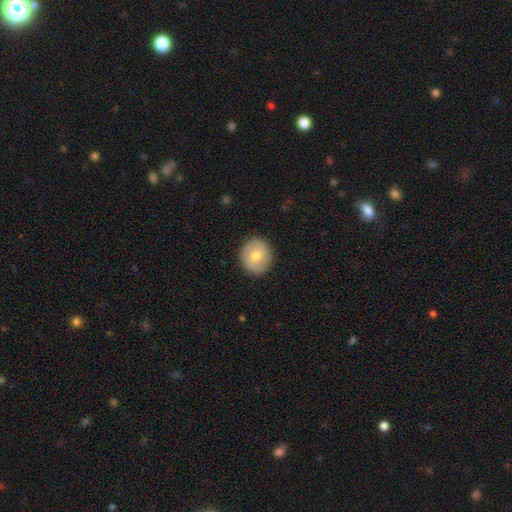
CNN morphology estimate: Smooth or featured: smooth — 66% (featured or disk — 26%)
How rounded: round — 84% (in between — 15%)
Merging: none — 90% (minor disturbance — 7%)